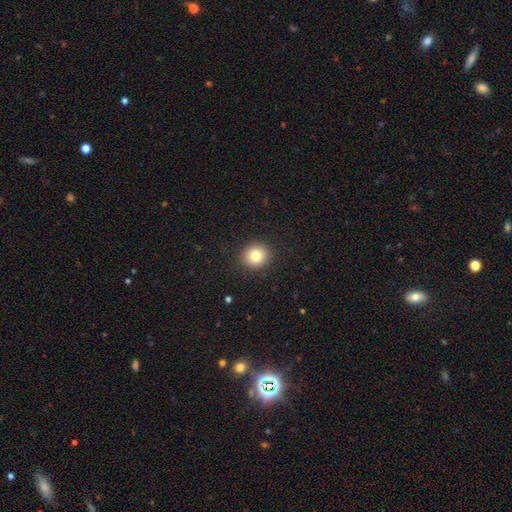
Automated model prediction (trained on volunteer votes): The model was most divided on "smooth or featured": smooth: 80%, star or artifact: 11%, featured or disk: 9%. More confident: merging — none (92%); how rounded — round (89%).